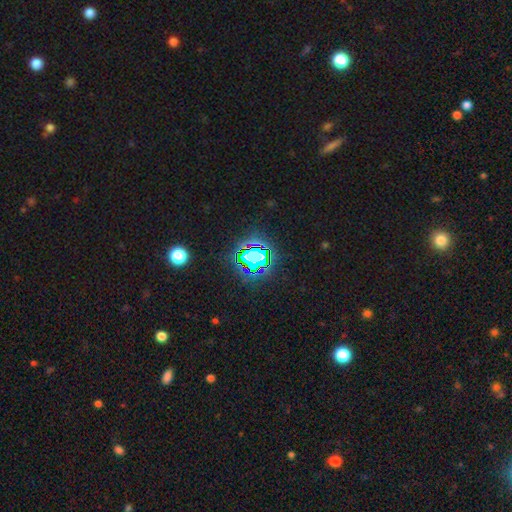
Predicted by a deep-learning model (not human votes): The model was most divided on "smooth or featured": star or artifact: 81%, smooth: 12%, featured or disk: 7%.